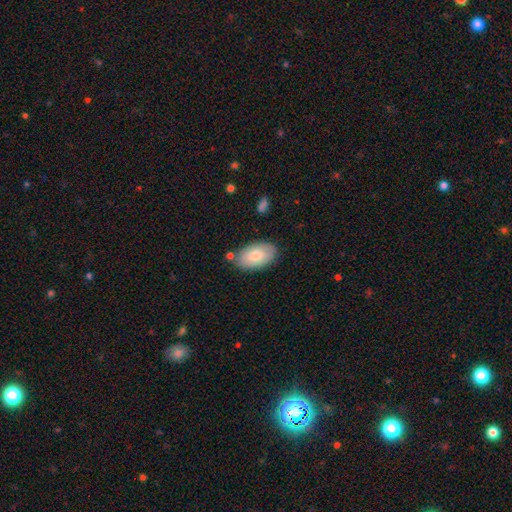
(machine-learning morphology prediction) Smooth or featured?
  - smooth: 80% *
  - featured or disk: 14%
  - star or artifact: 6%
How rounded?
  - in between: 95% *
  - round: 4%
  - cigar-shaped: 1%
Merging?
  - none: 78% *
  - minor disturbance: 14%
  - merger: 5%
  - major disturbance: 3%